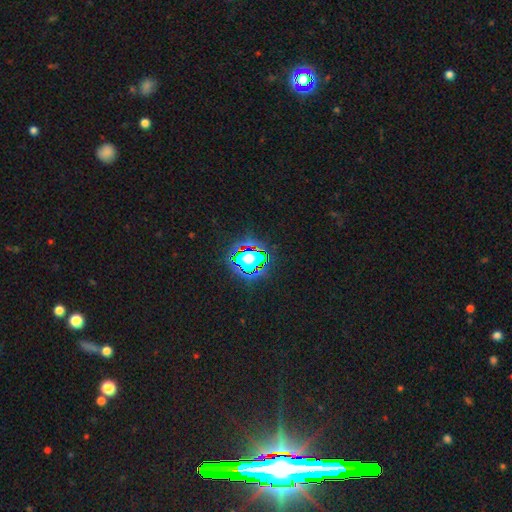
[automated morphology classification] smooth-or-featured: star or artifact: 83% | smooth: 10% | featured or disk: 7%